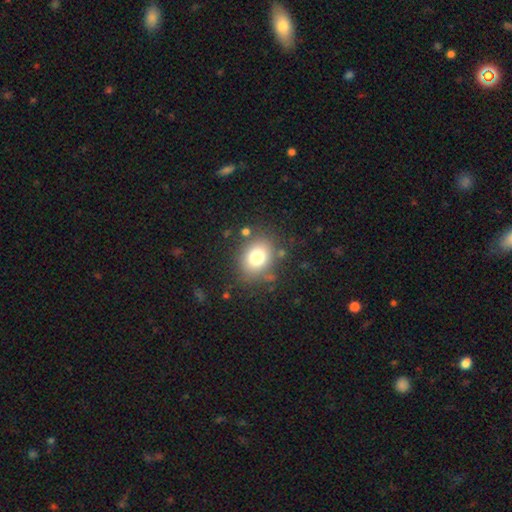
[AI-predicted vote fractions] smooth 77%, star or artifact 12%, featured or disk 11%. Down the decision tree: how rounded — in between (52%); merging — none (81%).